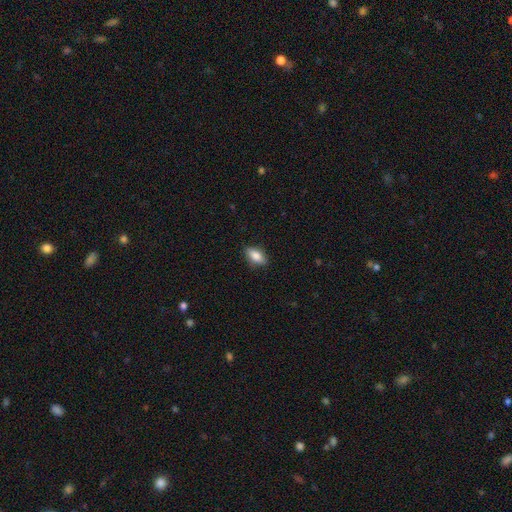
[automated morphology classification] The model was most divided on "smooth or featured": smooth: 83%, featured or disk: 10%, star or artifact: 7%. More confident: how rounded — in between (87%); merging — none (85%).